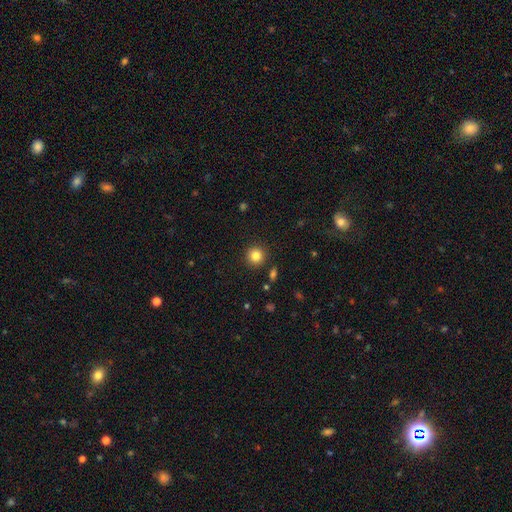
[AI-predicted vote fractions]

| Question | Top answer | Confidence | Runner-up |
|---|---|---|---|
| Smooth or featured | smooth | 83% | star or artifact (12%) |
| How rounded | round | 94% | in between (5%) |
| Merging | none | 90% | minor disturbance (6%) |